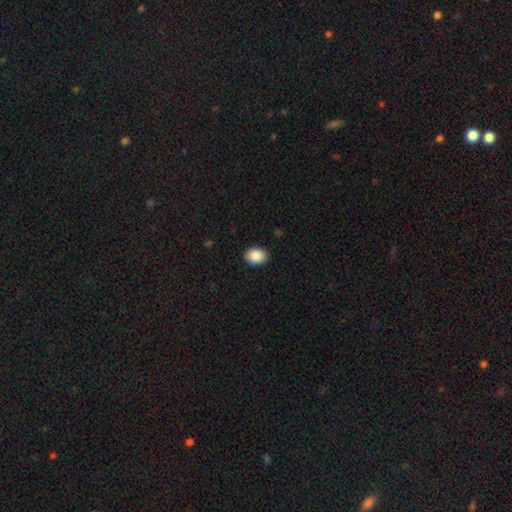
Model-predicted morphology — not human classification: A smooth galaxy with no disk features (89%) that is in between round and cigar-shaped (69%). Merging: none (90%).